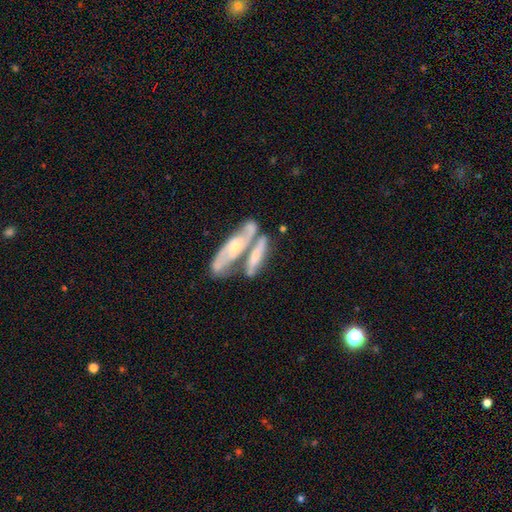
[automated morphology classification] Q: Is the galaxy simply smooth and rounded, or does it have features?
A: featured or disk — 57%.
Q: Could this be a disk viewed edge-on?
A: no — 56%.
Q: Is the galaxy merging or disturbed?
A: merger — 52%.